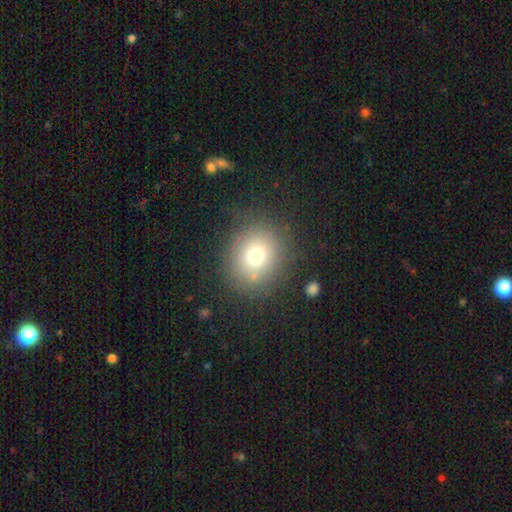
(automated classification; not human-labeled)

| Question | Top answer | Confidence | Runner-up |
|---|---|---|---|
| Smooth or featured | smooth | 72% | star or artifact (16%) |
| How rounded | round | 78% | in between (22%) |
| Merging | none | 81% | minor disturbance (11%) |